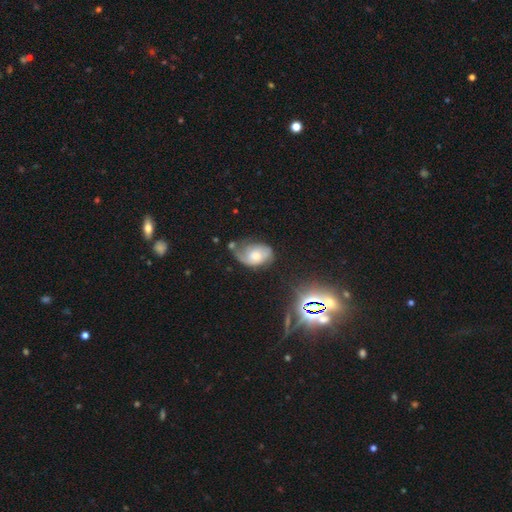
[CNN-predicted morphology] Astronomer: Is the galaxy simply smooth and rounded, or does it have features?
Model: featured or disk — 58% (runner-up: smooth, 33%).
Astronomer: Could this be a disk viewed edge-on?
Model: no — 96%.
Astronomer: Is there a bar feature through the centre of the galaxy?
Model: no — 74%.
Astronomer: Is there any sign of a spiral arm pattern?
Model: yes — 83%.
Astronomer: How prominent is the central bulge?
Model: moderate — 58%.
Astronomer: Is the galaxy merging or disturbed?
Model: none — 38% (runner-up: minor disturbance, 33%).